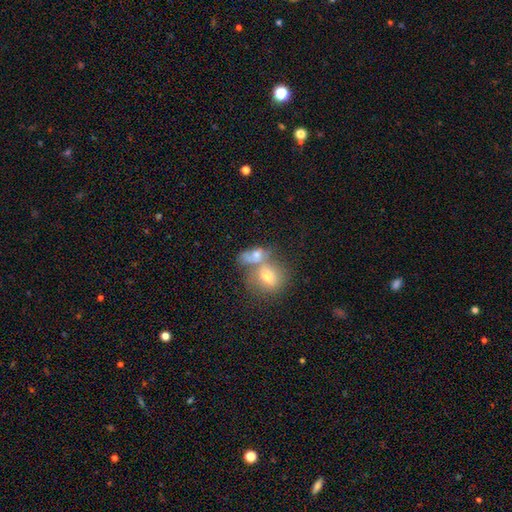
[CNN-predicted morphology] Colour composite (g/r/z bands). It shows a smooth galaxy with no disk features (67%) that is in between round and cigar-shaped (65%). Merging: merger (60%).